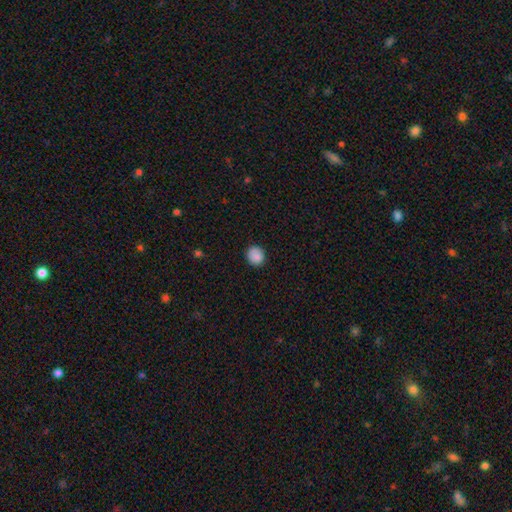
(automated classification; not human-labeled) Smooth or featured? smooth (86%)
How rounded? round (84%)
Merging? none (84%)